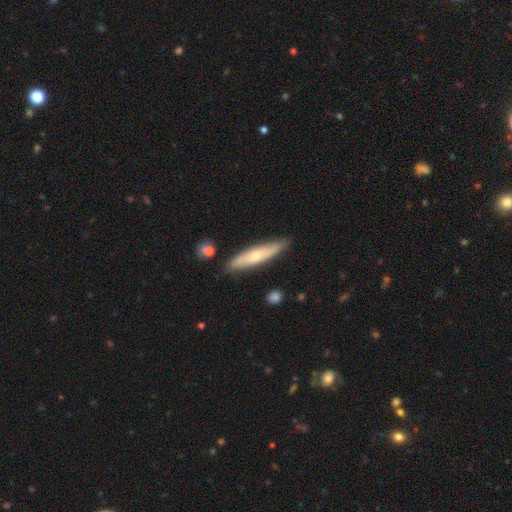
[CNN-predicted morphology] Smooth or featured?
  - smooth: 53% *
  - featured or disk: 41%
  - star or artifact: 6%
How rounded?
  - cigar-shaped: 84% *
  - in between: 15%
  - round: 2%
Merging?
  - none: 81% *
  - minor disturbance: 14%
  - merger: 3%
  - major disturbance: 2%